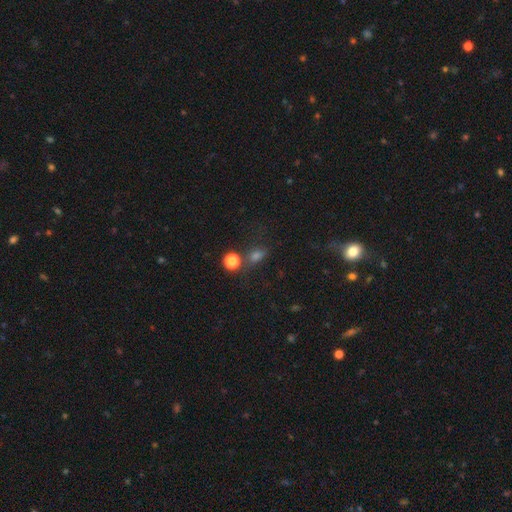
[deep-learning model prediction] Smooth or featured?
  - smooth: 61% *
  - star or artifact: 30%
  - featured or disk: 9%
How rounded?
  - in between: 51% *
  - round: 44%
  - cigar-shaped: 6%
Merging?
  - none: 61% *
  - merger: 15%
  - minor disturbance: 14%
  - major disturbance: 10%